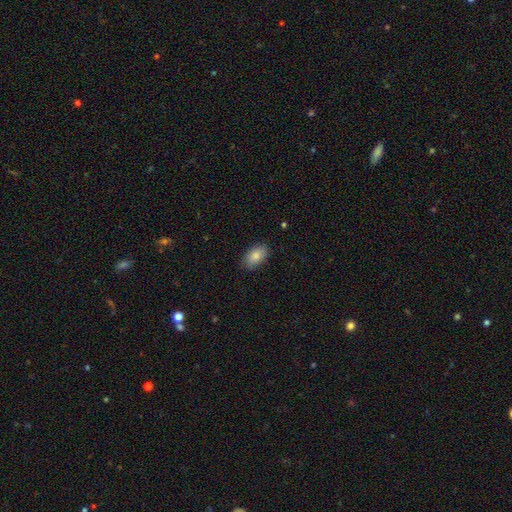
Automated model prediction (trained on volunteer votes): Morphology: type=smooth (85%); roundness=in between (93%); merging=none (86%).